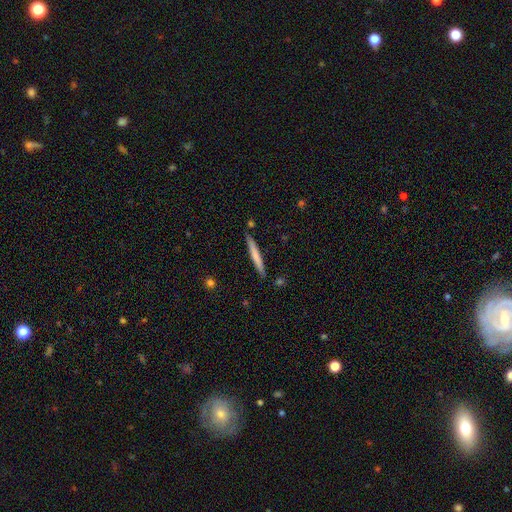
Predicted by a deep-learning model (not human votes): Q: Smooth or featured?
A: smooth (67%); runner-up: featured or disk (28%)
Q: How rounded?
A: cigar-shaped (96%); runner-up: in between (2%)
Q: Merging?
A: none (88%); runner-up: minor disturbance (8%)